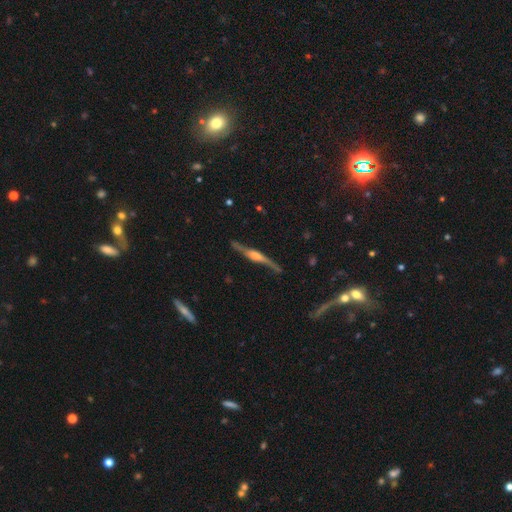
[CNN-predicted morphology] A featured or disk galaxy (80%) viewed edge-on (93%) with a rounded central bulge (58%).

Vote fractions:
- Smooth or featured? featured or disk: 80% / smooth: 15% / star or artifact: 5%
- Edge-on disk? yes: 93% / no: 7%
- Edge-on bulge? rounded: 58% / boxy: 34% / none: 8%
- Merging? none: 77% / minor disturbance: 16% / major disturbance: 5% / merger: 2%